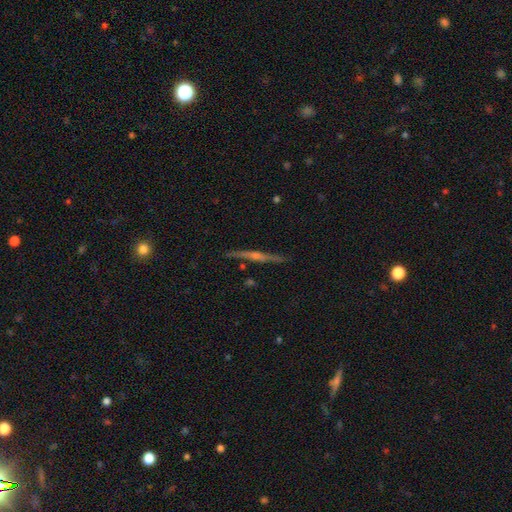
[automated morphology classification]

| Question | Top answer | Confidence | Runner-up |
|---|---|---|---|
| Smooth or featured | featured or disk | 68% | smooth (19%) |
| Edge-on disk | yes | 94% | no (6%) |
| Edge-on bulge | rounded | 72% | none (19%) |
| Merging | none | 86% | minor disturbance (9%) |